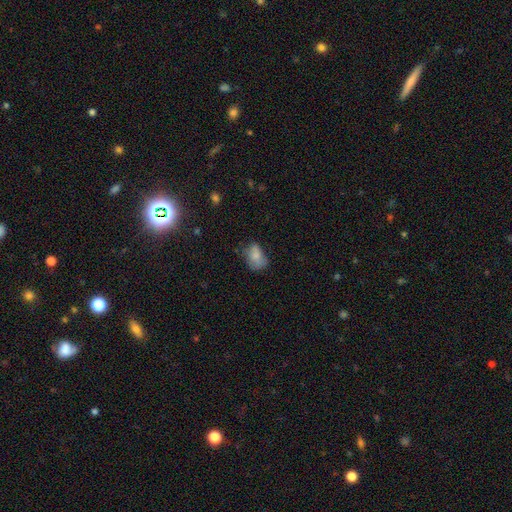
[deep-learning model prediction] Morphology: type=smooth (76%); roundness=in between (80%); merging=none (48%).